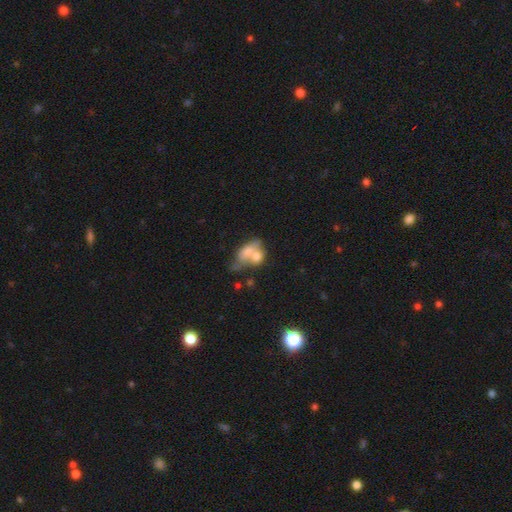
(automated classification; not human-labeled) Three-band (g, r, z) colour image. It shows a smooth galaxy with no disk features (65%) that is in between round and cigar-shaped (70%). Merging: merger (69%).